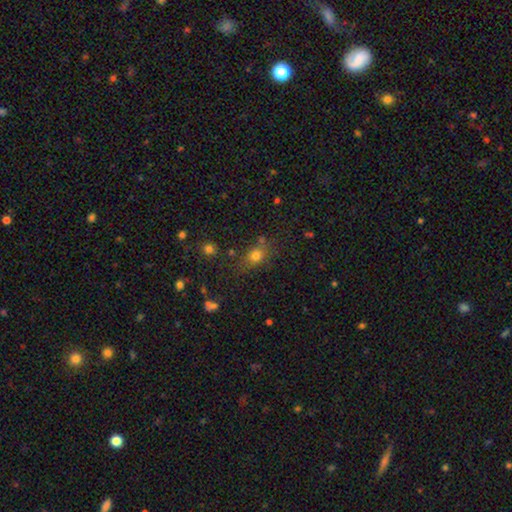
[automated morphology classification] Overall: smooth (74%). How rounded: round (51%; in between 46%). Merging: none (69%).